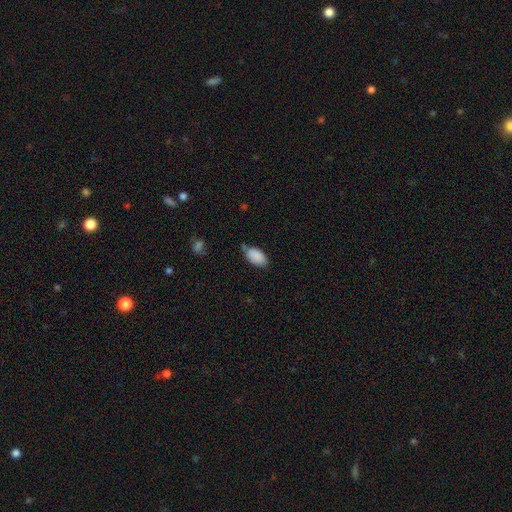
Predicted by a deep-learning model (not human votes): Smooth or featured?
  - smooth: 88% *
  - star or artifact: 7%
  - featured or disk: 5%
How rounded?
  - in between: 94% *
  - round: 4%
  - cigar-shaped: 2%
Merging?
  - none: 63% *
  - minor disturbance: 25%
  - merger: 7%
  - major disturbance: 5%